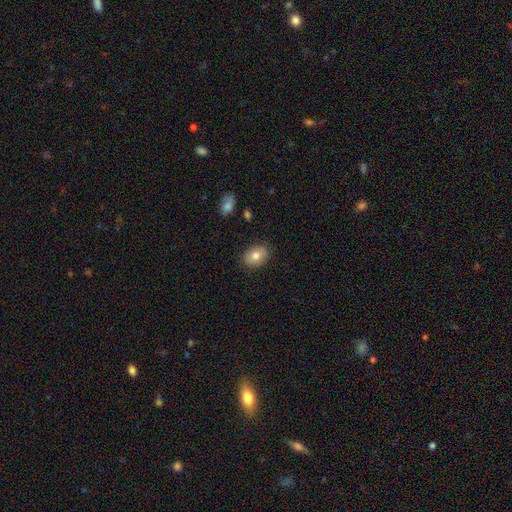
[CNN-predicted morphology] The model was most divided on "how rounded": in between: 69%, round: 30%, cigar-shaped: 1%. More confident: merging — none (87%); smooth or featured — smooth (80%).